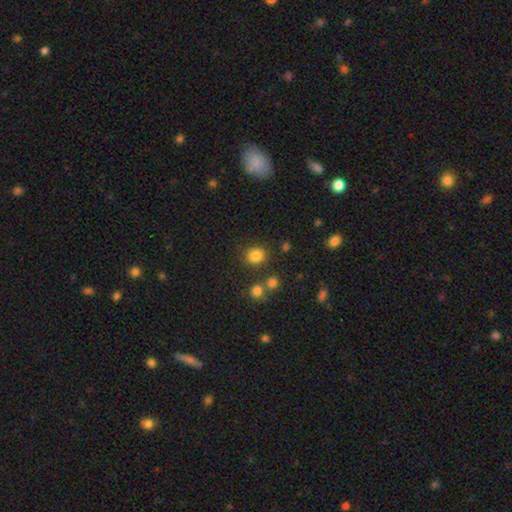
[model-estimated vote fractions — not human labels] Q: Smooth or featured?
A: smooth (83%); runner-up: star or artifact (13%)
Q: How rounded?
A: round (78%); runner-up: in between (21%)
Q: Merging?
A: none (81%); runner-up: minor disturbance (9%)